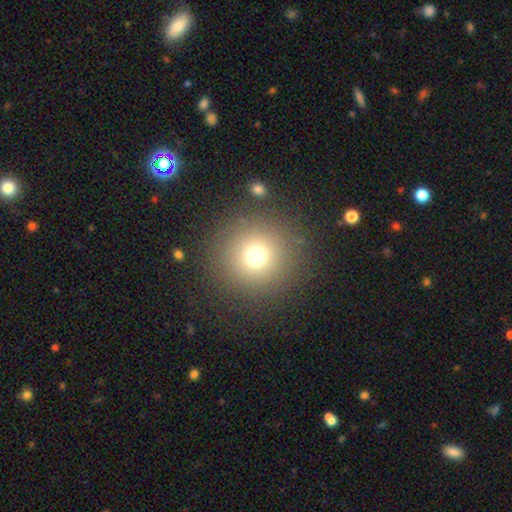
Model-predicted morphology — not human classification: A smooth galaxy with no disk features (71%) that is round (95%).

Vote fractions:
- Smooth or featured? smooth: 71% / star or artifact: 20% / featured or disk: 9%
- How rounded? round: 95% / in between: 4% / cigar-shaped: 1%
- Merging? none: 88% / minor disturbance: 6% / major disturbance: 4% / merger: 3%